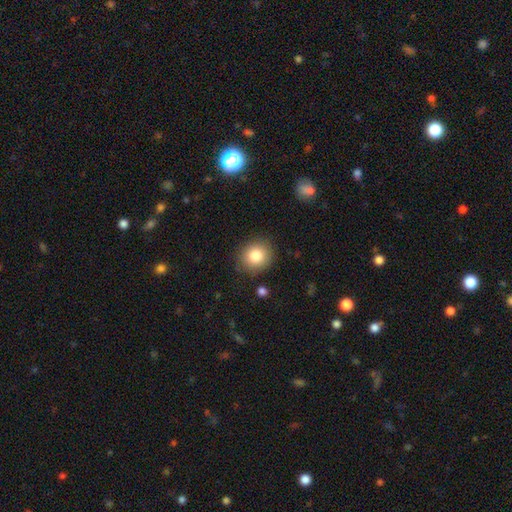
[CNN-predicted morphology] This appears to be a smooth galaxy with no disk features (84%) that is round (81%). Merging: none (86%).